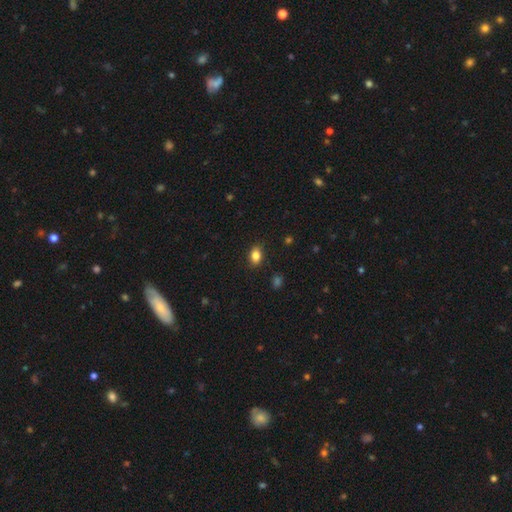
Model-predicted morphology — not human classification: smooth 84%, star or artifact 10%, featured or disk 6%. Down the decision tree: how rounded — in between (76%); merging — none (86%).